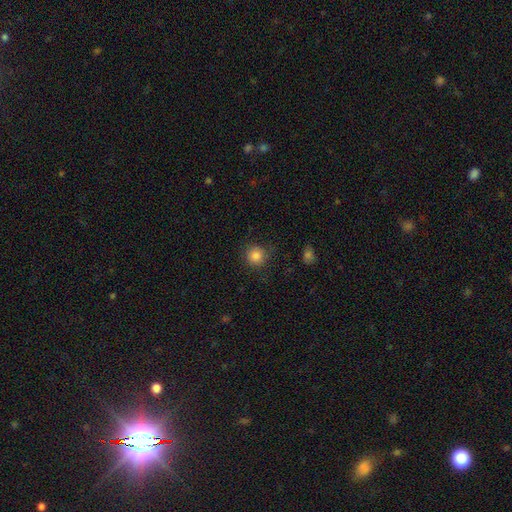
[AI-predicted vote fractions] Morphology: type=smooth (85%); roundness=round (93%); merging=none (86%).